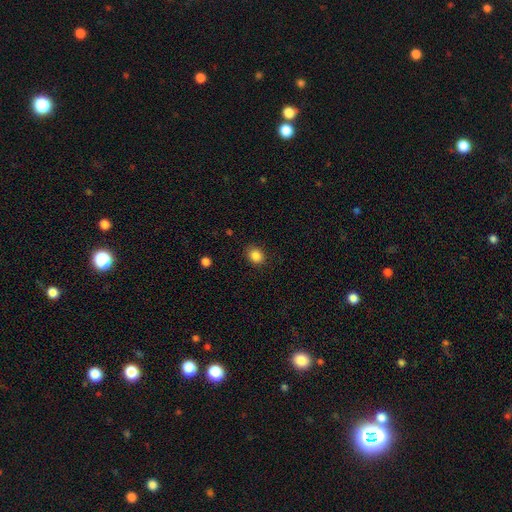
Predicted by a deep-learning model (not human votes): A smooth galaxy with no disk features (86%) that is round (58%). Merging: none (86%).